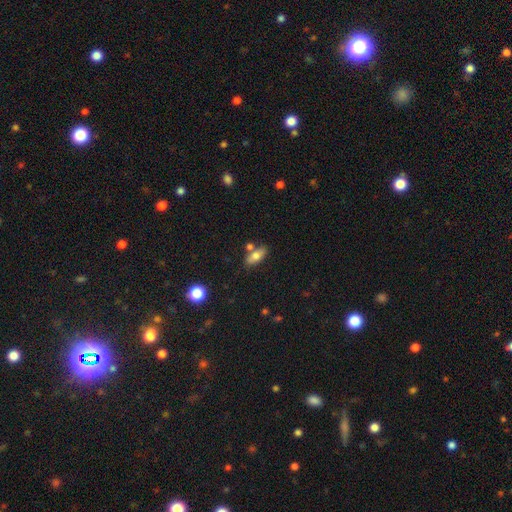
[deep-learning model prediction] smooth_or_featured: smooth (p=0.70) [alt: featured or disk p=0.22]
how_rounded: in between (p=0.76) [alt: cigar-shaped p=0.20]
merging: none (p=0.69) [alt: merger p=0.15]